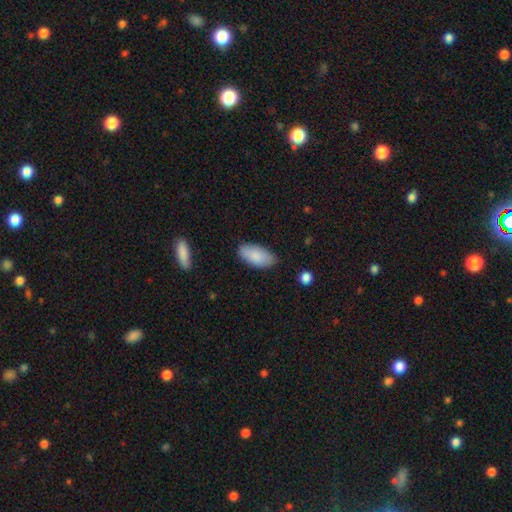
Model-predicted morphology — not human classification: smooth-or-featured: smooth: 85% | featured or disk: 9% | star or artifact: 6%
  how-rounded: in between: 92% | cigar-shaped: 6% | round: 2%
  merging: none: 80% | minor disturbance: 16% | major disturbance: 3% | merger: 2%